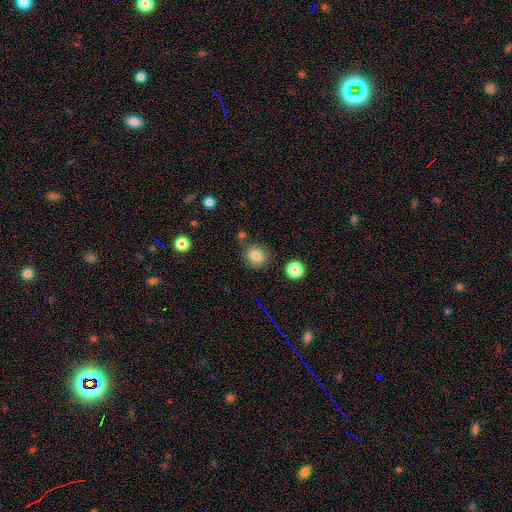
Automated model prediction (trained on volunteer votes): Overall: smooth (82%). How rounded: round (79%). Merging: none (75%).